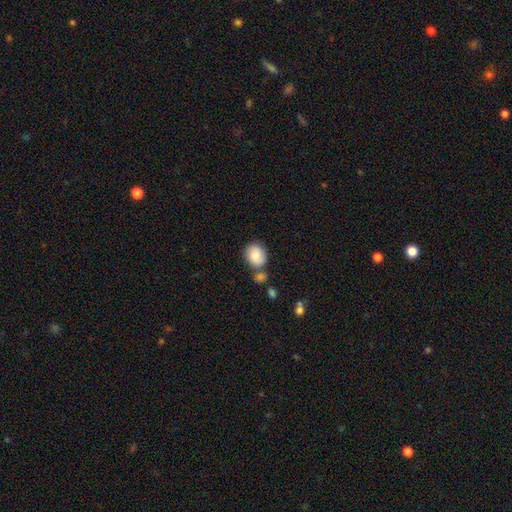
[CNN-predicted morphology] This appears to be a smooth galaxy with no disk features (82%) that is round (56%). Merging: none (60%).